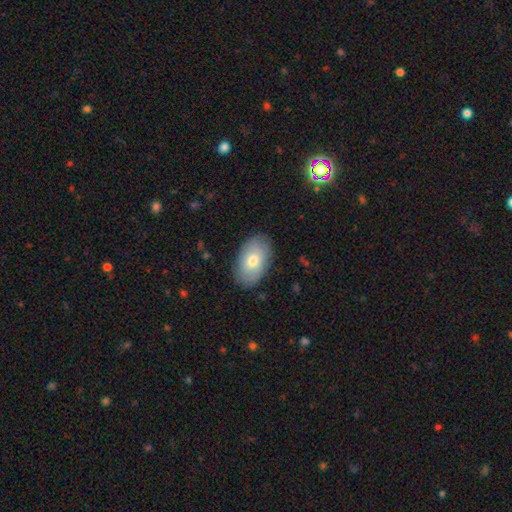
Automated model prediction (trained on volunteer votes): Smooth or featured: smooth — 68% (featured or disk — 24%)
How rounded: in between — 92% (round — 7%)
Merging: none — 86% (minor disturbance — 10%)